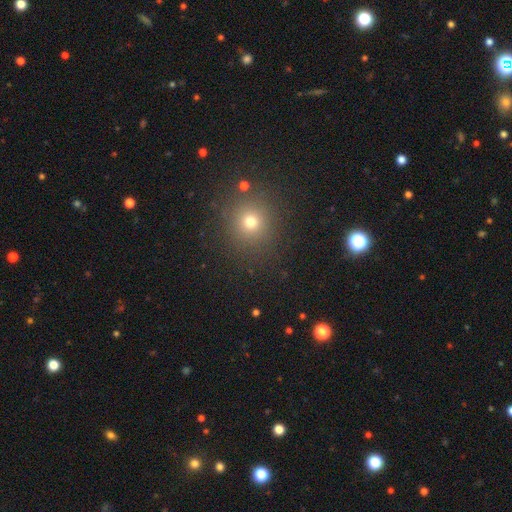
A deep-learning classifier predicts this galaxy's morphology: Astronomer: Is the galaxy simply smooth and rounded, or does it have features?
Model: smooth — 55% (runner-up: star or artifact, 38%).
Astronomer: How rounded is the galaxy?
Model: round — 90%.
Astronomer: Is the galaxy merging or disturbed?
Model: none — 90%.